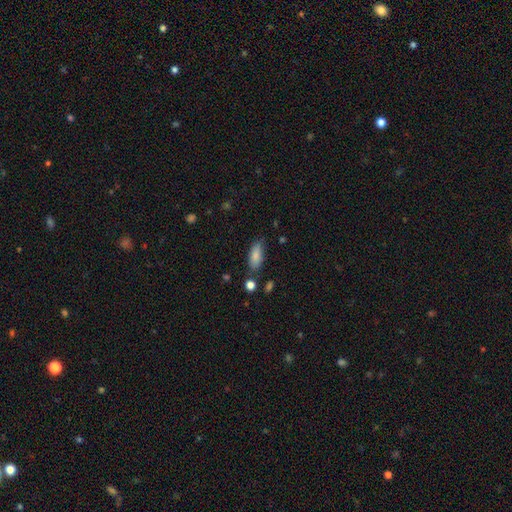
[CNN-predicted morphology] Q: Smooth or featured?
A: smooth (84%); runner-up: featured or disk (9%)
Q: How rounded?
A: in between (81%); runner-up: cigar-shaped (17%)
Q: Merging?
A: none (73%); runner-up: minor disturbance (19%)